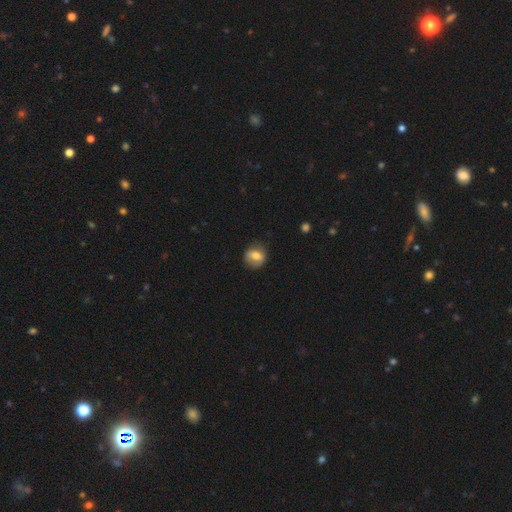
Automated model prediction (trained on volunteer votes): smooth 65%, featured or disk 27%, star or artifact 8%. Down the decision tree: how rounded — round (68%); merging — none (77%).